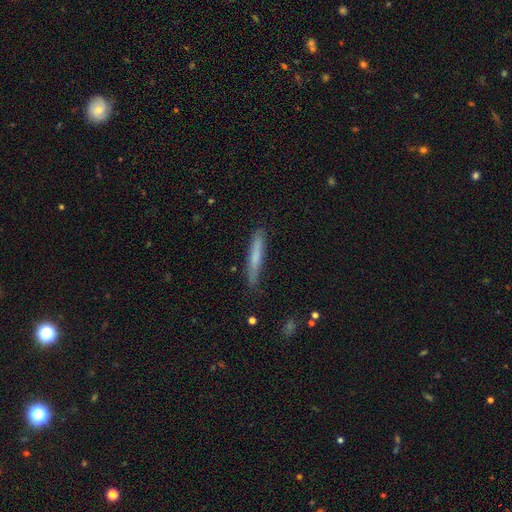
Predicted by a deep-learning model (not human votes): Smooth or featured?
  - smooth: 68% *
  - featured or disk: 25%
  - star or artifact: 6%
How rounded?
  - cigar-shaped: 94% *
  - in between: 5%
  - round: 1%
Merging?
  - none: 85% *
  - minor disturbance: 12%
  - major disturbance: 2%
  - merger: 1%